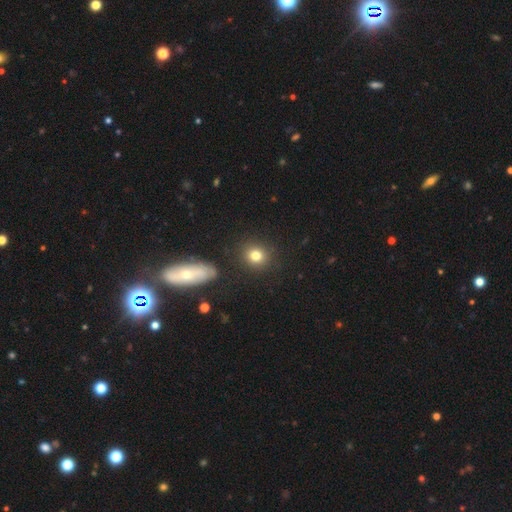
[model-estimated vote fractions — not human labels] Overall: smooth (81%). How rounded: round (84%). Merging: none (87%).